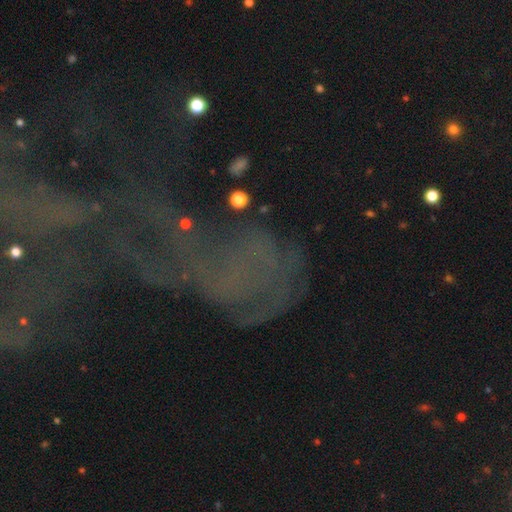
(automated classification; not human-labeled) Smooth or featured? Predicted: star or artifact (p=0.48).